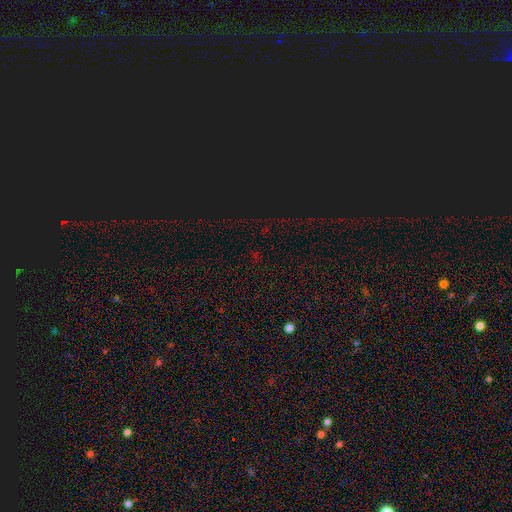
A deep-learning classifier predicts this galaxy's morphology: star or artifact 73%, smooth 20%, featured or disk 7%.